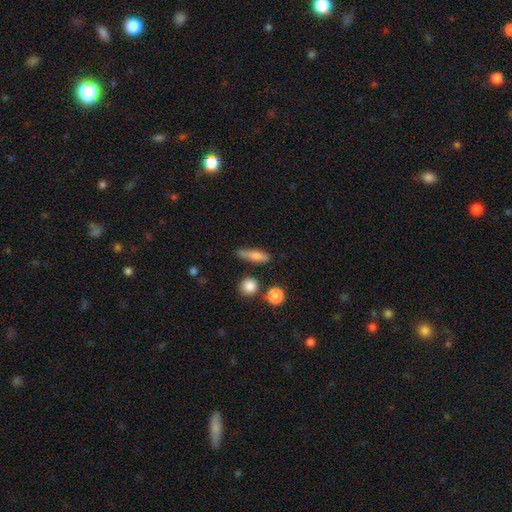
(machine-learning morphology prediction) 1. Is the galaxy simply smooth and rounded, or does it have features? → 73% smooth, 18% featured or disk, 10% star or artifact.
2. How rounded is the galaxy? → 61% cigar-shaped, 31% in between, 8% round.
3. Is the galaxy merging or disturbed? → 67% none, 21% minor disturbance, 6% merger, 6% major disturbance.